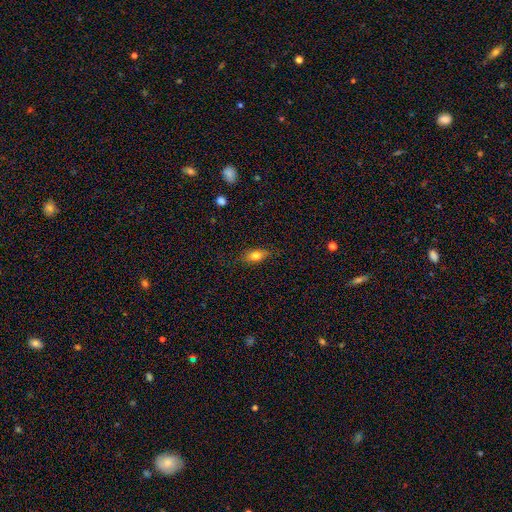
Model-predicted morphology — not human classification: This is likely a smooth galaxy (77%). How rounded: clearly in between (82%). Merging: clearly none (80%).